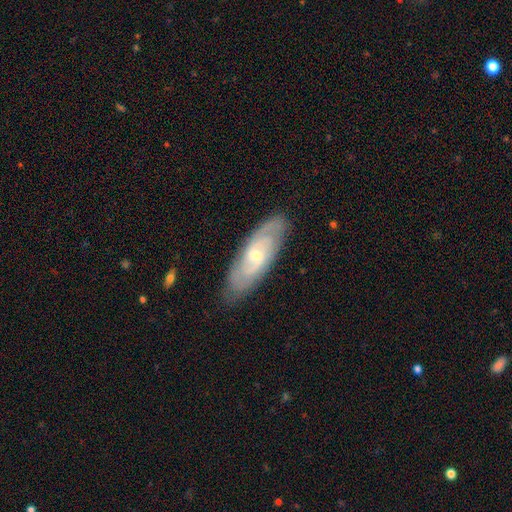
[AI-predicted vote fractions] A featured or disk galaxy (74%) with no bar (46%), 2 (50%) tight (49%) spiral arms (90%) and a small central bulge (57%).

Vote fractions:
- Smooth or featured? featured or disk: 74% / smooth: 21% / star or artifact: 6%
- Edge-on disk? no: 86% / yes: 14%
- Bar? no: 46% / weak: 45% / strong: 9%
- Spiral arms? yes: 90% / no: 10%
- Spiral winding? tight: 49% / medium: 38% / loose: 13%
- Spiral arm count? 2: 50% / can't tell: 33% / 3: 8% / 4: 3% / 1: 3% / more than 4: 2%
- Bulge size? small: 57% / moderate: 39% / large: 2% / none: 1% / dominant: 1%
- Merging? none: 83% / minor disturbance: 13% / major disturbance: 3% / merger: 1%